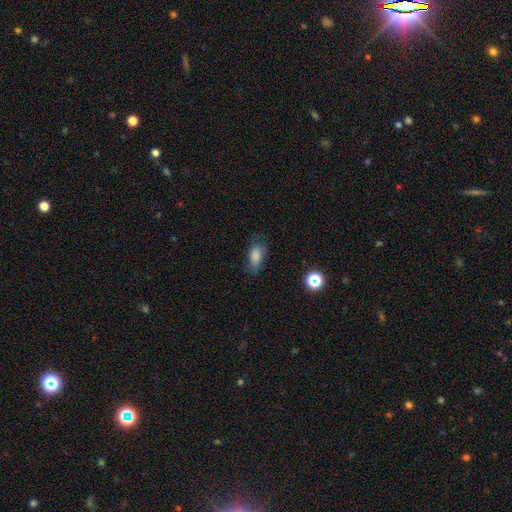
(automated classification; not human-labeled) smooth-or-featured: smooth: 80% | featured or disk: 10% | star or artifact: 10%
  how-rounded: in between: 86% | cigar-shaped: 8% | round: 6%
  merging: none: 62% | minor disturbance: 25% | major disturbance: 11% | merger: 2%